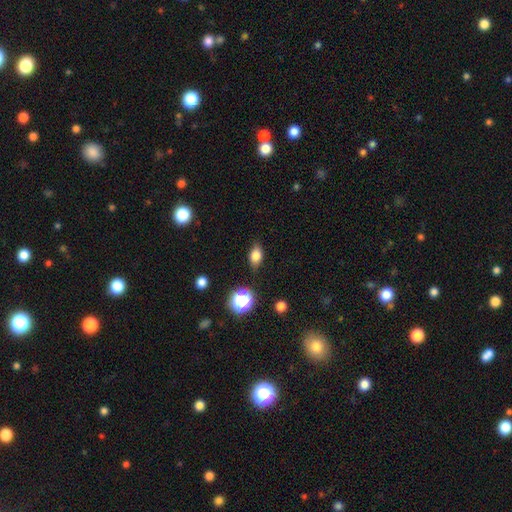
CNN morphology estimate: smooth-or-featured: smooth: 77% | star or artifact: 12% | featured or disk: 11%
  how-rounded: in between: 75% | round: 20% | cigar-shaped: 4%
  merging: none: 82% | minor disturbance: 13% | major disturbance: 3% | merger: 1%